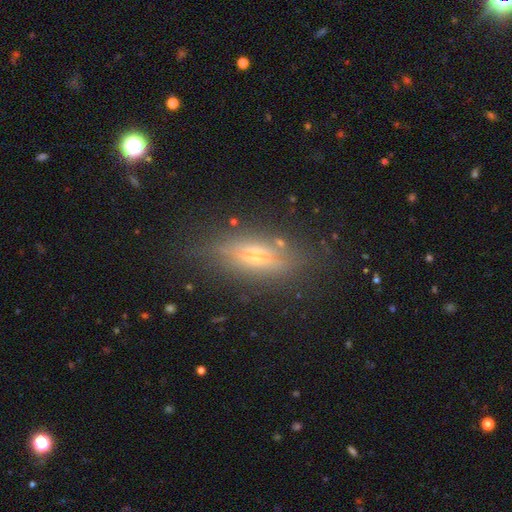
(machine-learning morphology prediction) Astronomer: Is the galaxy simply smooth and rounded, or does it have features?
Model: featured or disk — 64%.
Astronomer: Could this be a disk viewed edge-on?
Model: yes — 86%.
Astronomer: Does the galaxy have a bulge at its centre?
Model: rounded — 75%.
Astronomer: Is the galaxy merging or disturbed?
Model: none — 75%.